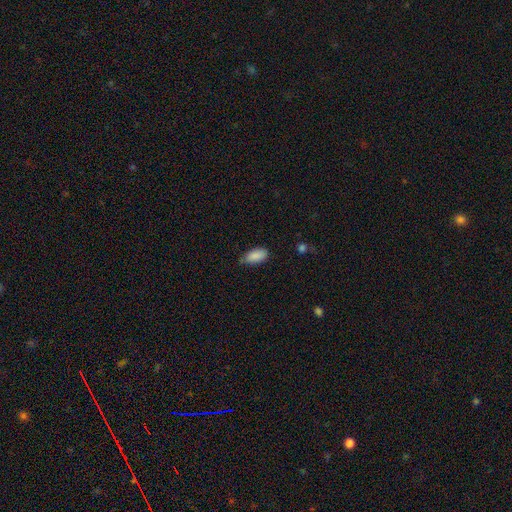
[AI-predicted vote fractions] smooth_or_featured: smooth (p=0.89) [alt: star or artifact p=0.07]
how_rounded: in between (p=0.92) [alt: cigar-shaped p=0.06]
merging: none (p=0.71) [alt: minor disturbance p=0.24]